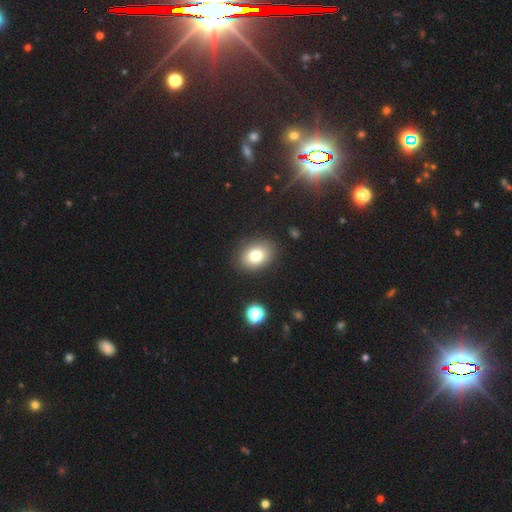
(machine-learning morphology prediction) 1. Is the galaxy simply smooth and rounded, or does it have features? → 78% smooth, 11% star or artifact, 10% featured or disk.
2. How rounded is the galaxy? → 65% in between, 34% round, 1% cigar-shaped.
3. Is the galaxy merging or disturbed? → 87% none, 9% minor disturbance, 3% major disturbance, 2% merger.